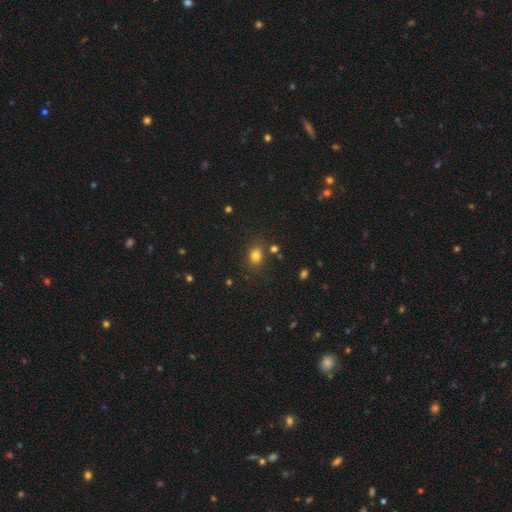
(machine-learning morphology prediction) smooth-or-featured: smooth: 80% | star or artifact: 13% | featured or disk: 6%
  how-rounded: in between: 61% | round: 37% | cigar-shaped: 1%
  merging: none: 75% | minor disturbance: 14% | merger: 6% | major disturbance: 5%